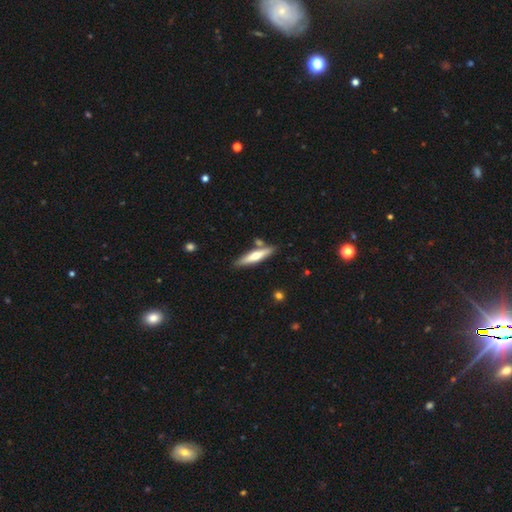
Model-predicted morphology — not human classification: Smooth or featured: smooth — 49% (featured or disk — 46%)
Merging: none — 80% (minor disturbance — 10%)